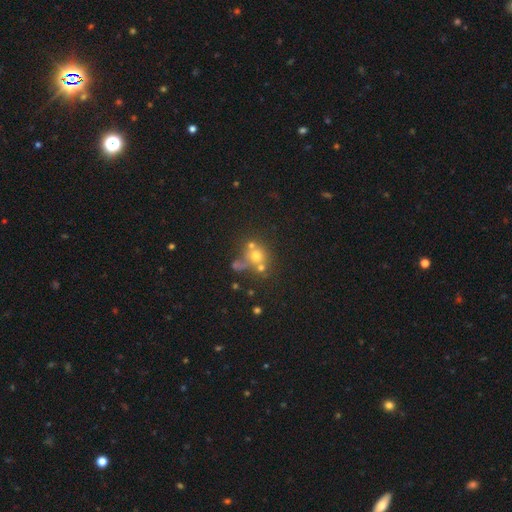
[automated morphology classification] Smooth or featured? smooth (53%)
How rounded? round (82%)
Merging? none (45%)